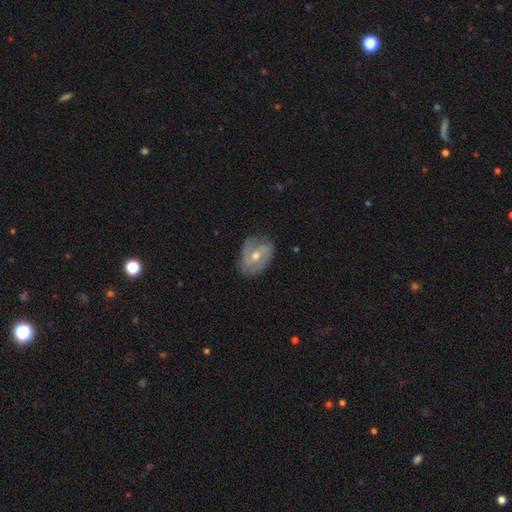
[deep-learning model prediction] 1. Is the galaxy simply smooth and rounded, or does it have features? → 76% featured or disk, 17% smooth, 7% star or artifact.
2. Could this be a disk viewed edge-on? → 96% no, 4% yes.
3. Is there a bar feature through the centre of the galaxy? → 46% no, 42% weak, 13% strong.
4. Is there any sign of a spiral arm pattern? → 89% yes, 11% no.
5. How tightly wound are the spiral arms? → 42% medium, 41% tight, 17% loose.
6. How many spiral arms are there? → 55% 2, 21% can't tell, 13% 3, 7% 1, 3% 4, 2% more than 4.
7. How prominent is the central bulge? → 66% moderate, 30% small, 2% large, 1% none, 1% dominant.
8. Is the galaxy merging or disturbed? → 69% none, 23% minor disturbance, 7% major disturbance, 1% merger.